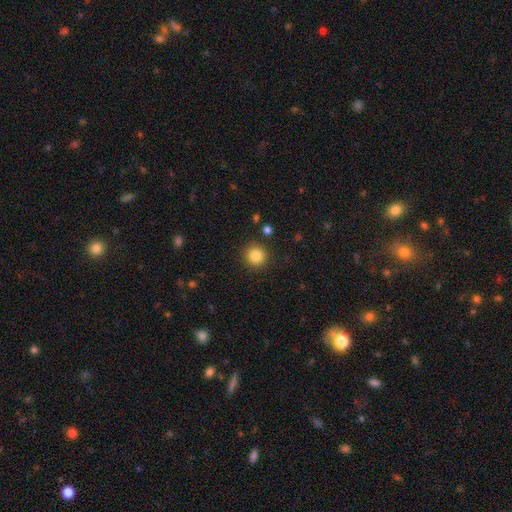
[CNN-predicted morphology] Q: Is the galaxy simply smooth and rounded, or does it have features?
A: smooth — 85%.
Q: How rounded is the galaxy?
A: round — 94%.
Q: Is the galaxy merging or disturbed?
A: none — 90%.